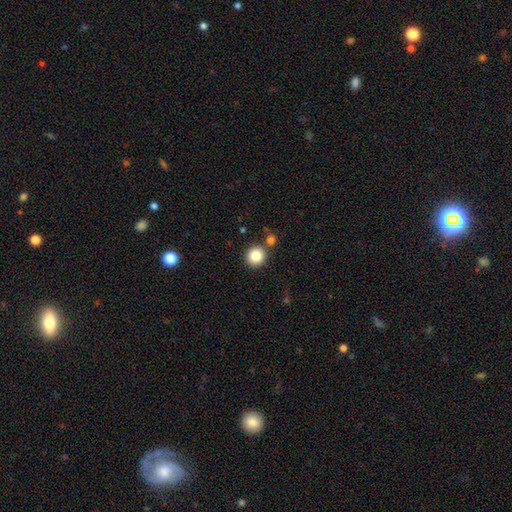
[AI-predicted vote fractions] Smooth or featured?
  - smooth: 85% *
  - star or artifact: 10%
  - featured or disk: 5%
How rounded?
  - round: 90% *
  - in between: 9%
  - cigar-shaped: 1%
Merging?
  - none: 82% *
  - merger: 9%
  - minor disturbance: 7%
  - major disturbance: 2%